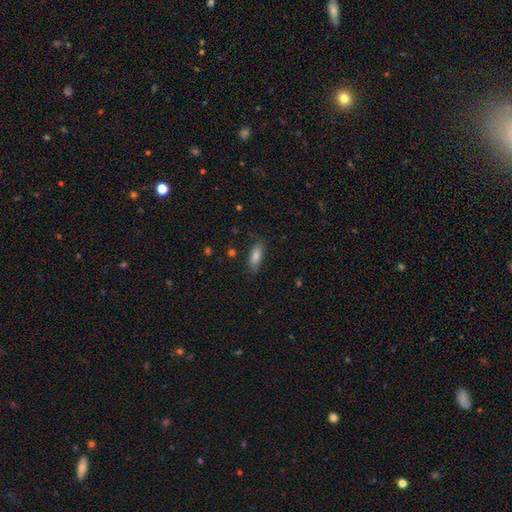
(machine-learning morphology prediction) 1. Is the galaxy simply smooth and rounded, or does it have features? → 81% smooth, 11% featured or disk, 8% star or artifact.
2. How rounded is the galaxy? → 71% in between, 26% cigar-shaped, 2% round.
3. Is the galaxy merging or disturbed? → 79% none, 15% minor disturbance, 4% major disturbance, 1% merger.